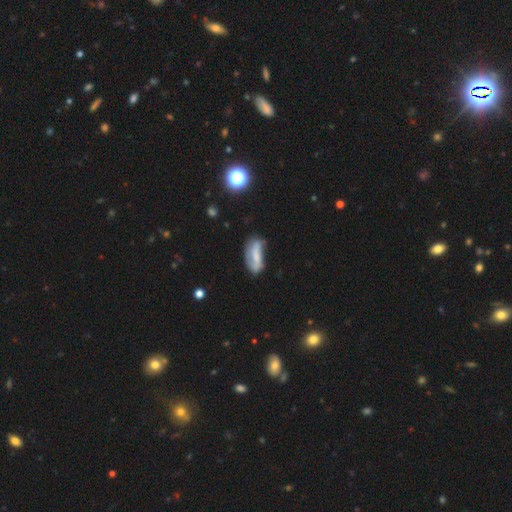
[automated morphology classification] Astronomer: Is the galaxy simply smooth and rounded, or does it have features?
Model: featured or disk — 47% (runner-up: smooth, 44%).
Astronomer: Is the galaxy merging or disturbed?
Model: none — 47% (runner-up: minor disturbance, 32%).